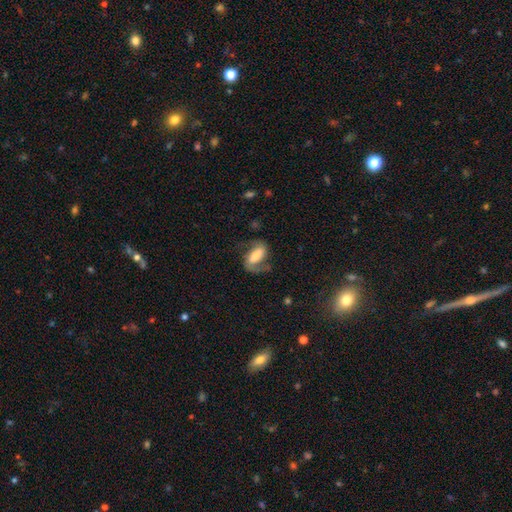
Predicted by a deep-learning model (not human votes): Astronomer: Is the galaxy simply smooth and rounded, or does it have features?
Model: featured or disk — 66%.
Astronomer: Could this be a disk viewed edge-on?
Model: no — 94%.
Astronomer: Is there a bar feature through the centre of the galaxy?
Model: strong — 47% (runner-up: weak, 31%).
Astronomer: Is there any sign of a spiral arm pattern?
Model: yes — 89%.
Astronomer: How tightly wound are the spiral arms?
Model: medium — 42%, tied with loose at 42%.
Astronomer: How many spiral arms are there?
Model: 2 — 82%.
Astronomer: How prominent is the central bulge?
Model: moderate — 47% (runner-up: small, 26%).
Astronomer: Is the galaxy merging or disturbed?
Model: none — 61%.